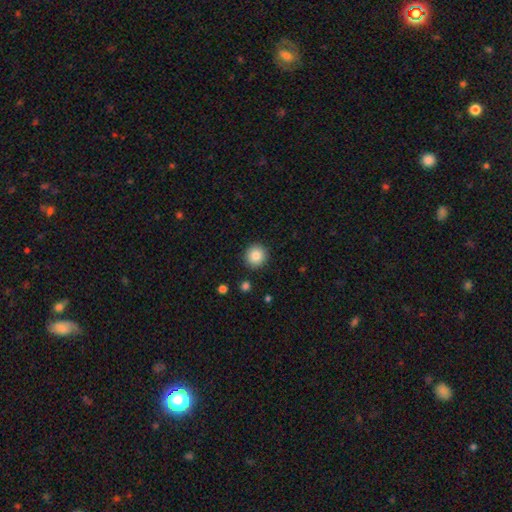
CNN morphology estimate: Smooth or featured: smooth — 86% (star or artifact — 9%)
How rounded: round — 92% (in between — 7%)
Merging: none — 90% (minor disturbance — 6%)